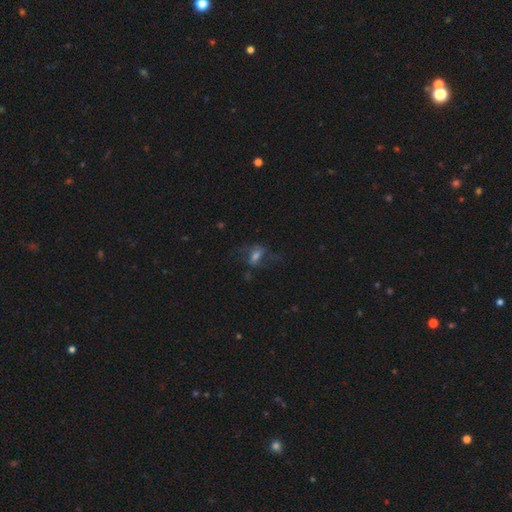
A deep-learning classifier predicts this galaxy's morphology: A smooth galaxy with no disk features (49%).

Vote fractions:
- Smooth or featured? smooth: 49% / featured or disk: 37% / star or artifact: 14%
- Merging? none: 47% / major disturbance: 31% / minor disturbance: 20% / merger: 2%